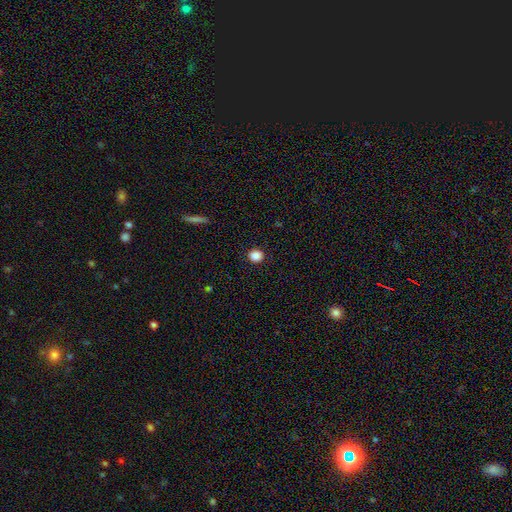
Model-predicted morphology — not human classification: This is clearly a smooth galaxy (88%). How rounded: clearly round (82%). Merging: clearly none (92%).